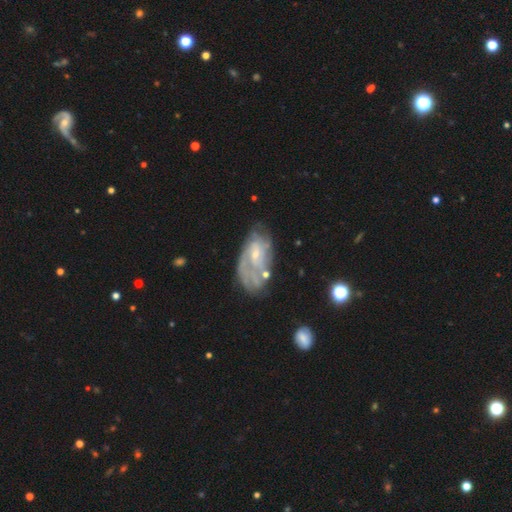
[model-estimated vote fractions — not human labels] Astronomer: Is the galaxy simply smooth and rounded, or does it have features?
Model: featured or disk — 72%.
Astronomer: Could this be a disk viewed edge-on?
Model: no — 95%.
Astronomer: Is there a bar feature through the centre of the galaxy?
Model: no — 57% (runner-up: weak, 36%).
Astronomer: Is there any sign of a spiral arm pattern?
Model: yes — 74%.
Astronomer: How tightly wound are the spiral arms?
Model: tight — 50% (runner-up: medium, 34%).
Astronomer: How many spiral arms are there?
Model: can't tell — 52%.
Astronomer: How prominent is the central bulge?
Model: small — 65%.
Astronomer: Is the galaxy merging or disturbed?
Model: none — 48% (runner-up: minor disturbance, 25%).